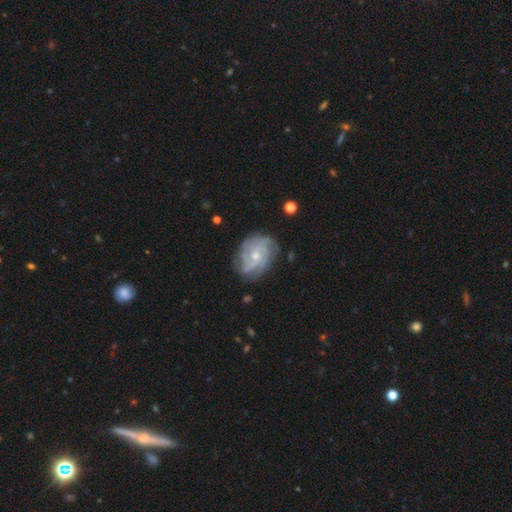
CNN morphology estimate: A featured or disk galaxy (81%) with no bar (69%), tight (56%) spiral arms (94%) and a small central bulge (52%). Merging: none (75%).